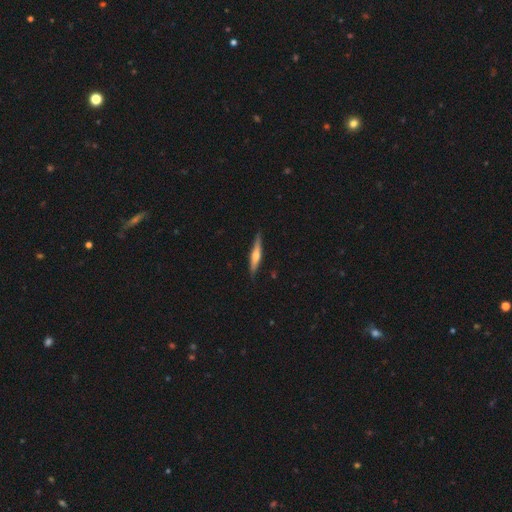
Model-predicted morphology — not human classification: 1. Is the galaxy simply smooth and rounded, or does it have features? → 56% featured or disk, 39% smooth, 5% star or artifact.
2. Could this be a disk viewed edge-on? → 95% yes, 5% no.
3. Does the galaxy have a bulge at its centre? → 84% rounded, 9% none, 7% boxy.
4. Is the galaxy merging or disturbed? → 86% none, 11% minor disturbance, 2% major disturbance, 1% merger.